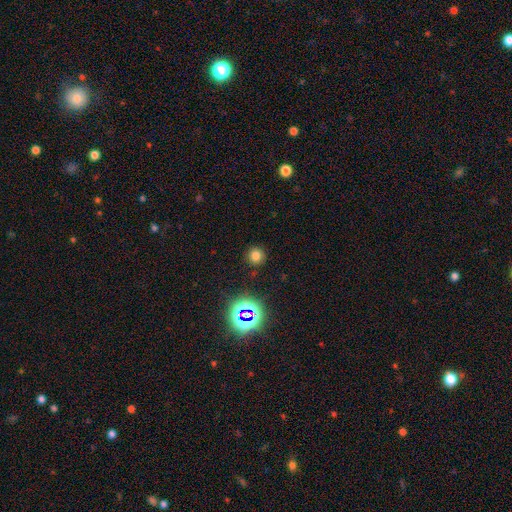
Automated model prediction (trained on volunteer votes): smooth-or-featured: smooth: 73% | star or artifact: 21% | featured or disk: 6%
  how-rounded: round: 92% | in between: 7% | cigar-shaped: 1%
  merging: none: 88% | minor disturbance: 7% | major disturbance: 3% | merger: 2%